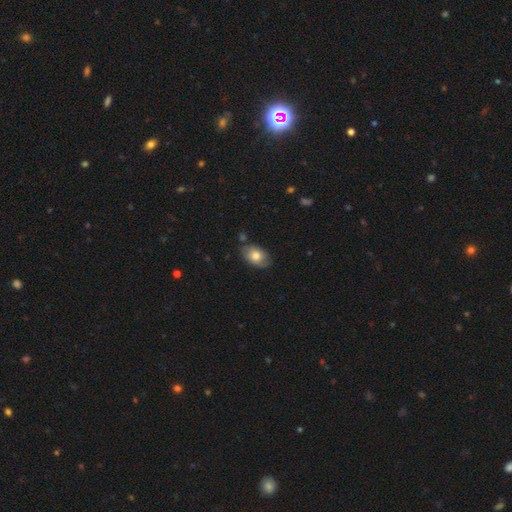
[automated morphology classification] Smooth or featured? smooth (75%)
How rounded? in between (86%)
Merging? none (74%)